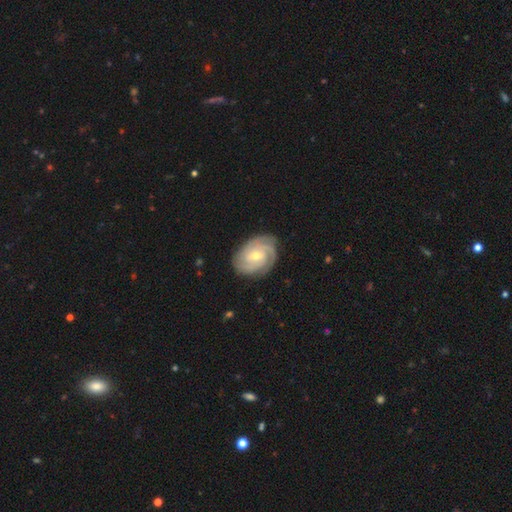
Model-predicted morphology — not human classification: A featured or disk galaxy (86%) with no bar (56%), 3 (37%) tight (72%) spiral arms (97%) and a small central bulge (50%). Merging: none (80%).